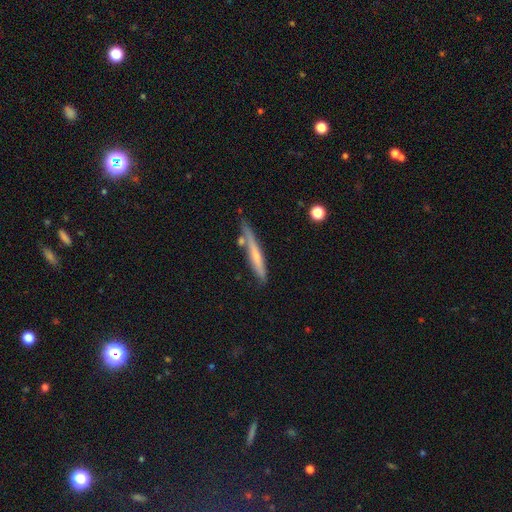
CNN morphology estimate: Q: Smooth or featured?
A: smooth (50%); runner-up: featured or disk (44%)
Q: How rounded?
A: cigar-shaped (94%); runner-up: in between (5%)
Q: Merging?
A: none (69%); runner-up: minor disturbance (18%)